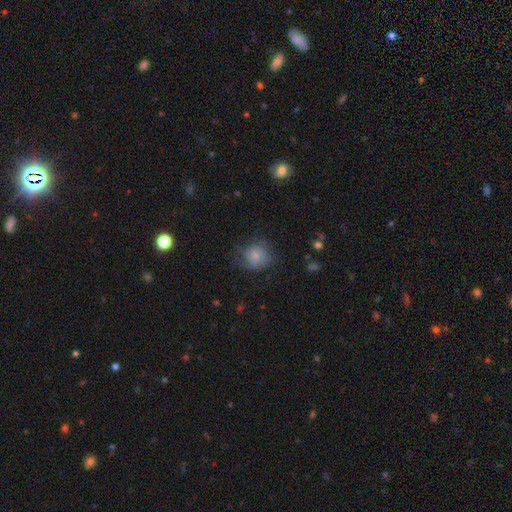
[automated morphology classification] Smooth or featured? Predicted: smooth (p=0.70). How rounded? Predicted: round (p=0.77). Merging? Predicted: none (p=0.54).